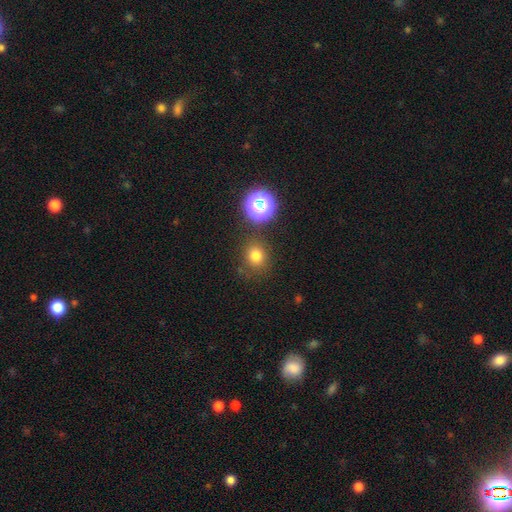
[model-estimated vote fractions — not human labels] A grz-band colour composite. It shows a smooth galaxy with no disk features (76%) that is round (79%). Merging: none (81%).